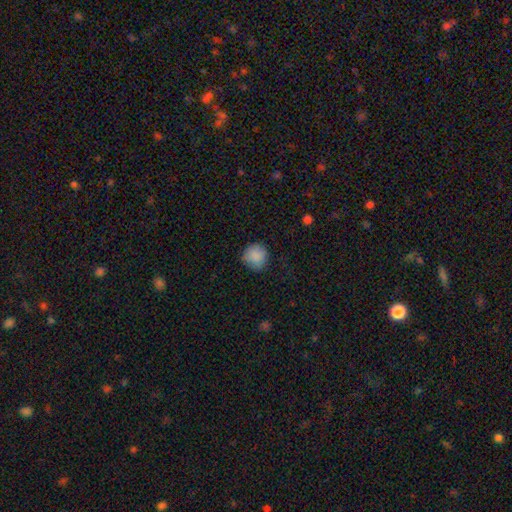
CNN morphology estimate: A smooth galaxy with no disk features (87%) that is round (91%). Merging: none (80%).